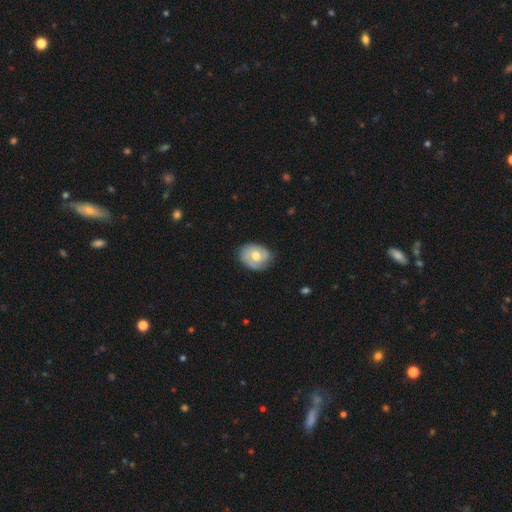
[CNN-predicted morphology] Smooth or featured? Predicted: featured or disk (p=0.56). Edge-on disk? Predicted: no (p=0.96). Bar? Predicted: no (p=0.76). Spiral arms? Predicted: yes (p=0.78). Bulge size? Predicted: moderate (p=0.74). Merging? Predicted: none (p=0.69).